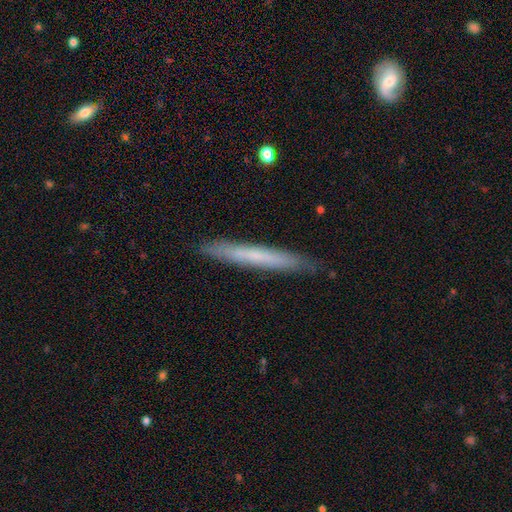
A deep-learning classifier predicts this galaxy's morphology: Smooth or featured? smooth (57%)
How rounded? cigar-shaped (97%)
Merging? none (89%)